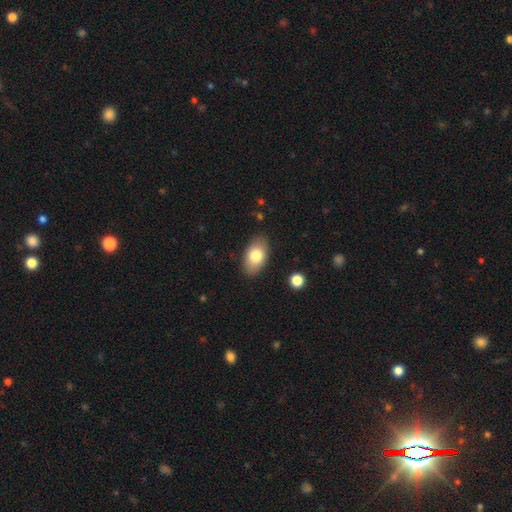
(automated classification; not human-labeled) Morphology: type=smooth (78%); roundness=in between (93%); merging=none (85%).